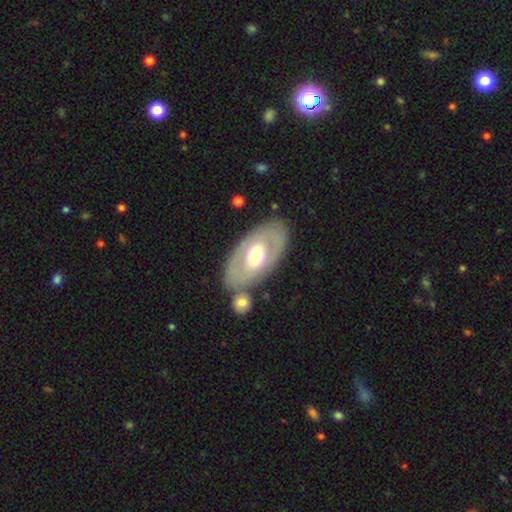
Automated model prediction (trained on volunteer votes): Smooth or featured?
  - featured or disk: 54% *
  - smooth: 42%
  - star or artifact: 5%
Edge-on disk?
  - no: 87% *
  - yes: 13%
Merging?
  - none: 73% *
  - minor disturbance: 12%
  - merger: 10%
  - major disturbance: 4%